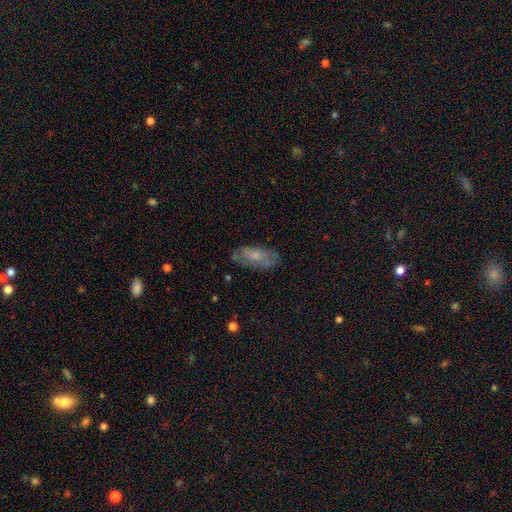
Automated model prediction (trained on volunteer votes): This appears to be a smooth galaxy with no disk features (60%) that is in between round and cigar-shaped (82%). Merging: none (70%).